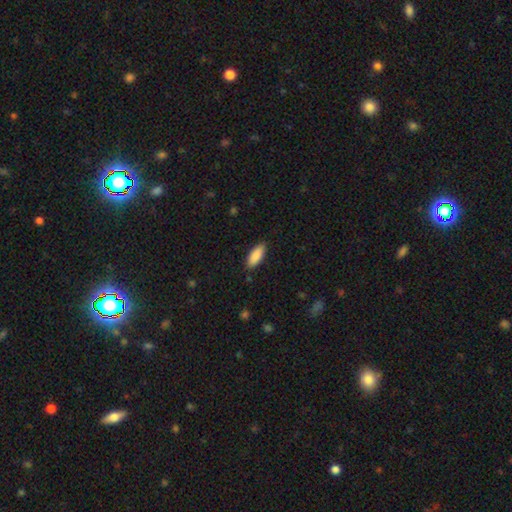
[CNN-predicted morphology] A smooth galaxy with no disk features (89%) that is in between round and cigar-shaped (76%). Merging: none (86%).